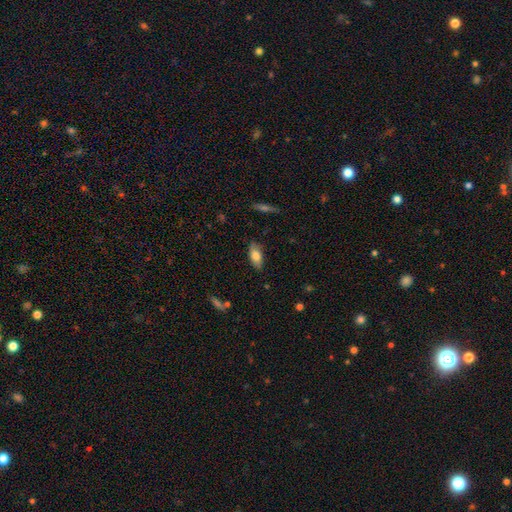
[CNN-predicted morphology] Smooth or featured?
  - smooth: 77% *
  - featured or disk: 16%
  - star or artifact: 7%
How rounded?
  - in between: 87% *
  - cigar-shaped: 10%
  - round: 3%
Merging?
  - none: 82% *
  - minor disturbance: 14%
  - major disturbance: 2%
  - merger: 1%